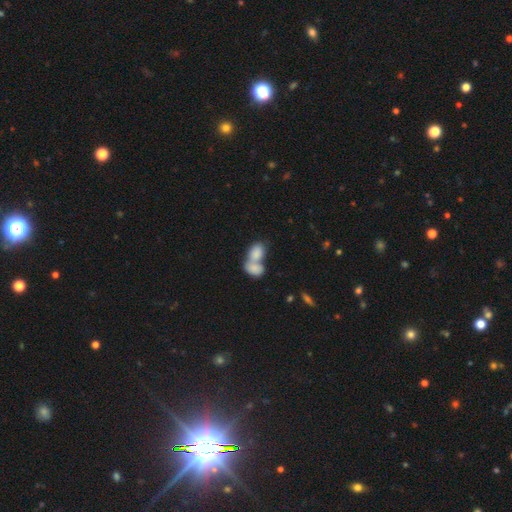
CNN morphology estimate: A smooth galaxy with no disk features (81%) that is in between round and cigar-shaped (84%).

Vote fractions:
- Smooth or featured? smooth: 81% / featured or disk: 12% / star or artifact: 7%
- How rounded? in between: 84% / round: 14% / cigar-shaped: 2%
- Merging? merger: 76% / none: 16% / minor disturbance: 5% / major disturbance: 3%